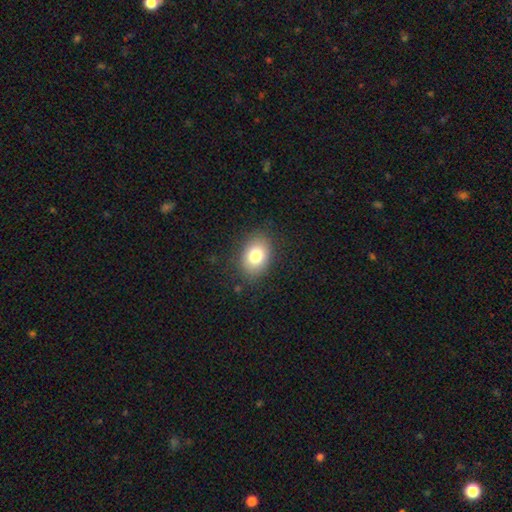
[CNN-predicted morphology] The model was most divided on "how rounded": in between: 71%, round: 29%, cigar-shaped: 1%. More confident: merging — none (84%); smooth or featured — smooth (79%).